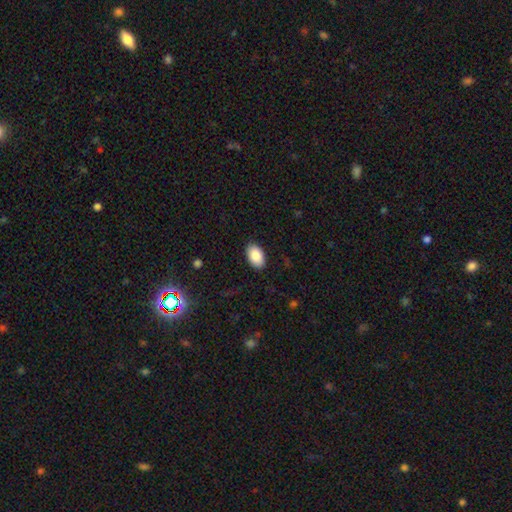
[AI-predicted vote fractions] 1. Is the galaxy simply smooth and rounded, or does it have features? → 89% smooth, 6% star or artifact, 5% featured or disk.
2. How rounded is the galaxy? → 94% in between, 5% round, 1% cigar-shaped.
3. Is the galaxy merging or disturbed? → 88% none, 9% minor disturbance, 2% major disturbance, 1% merger.